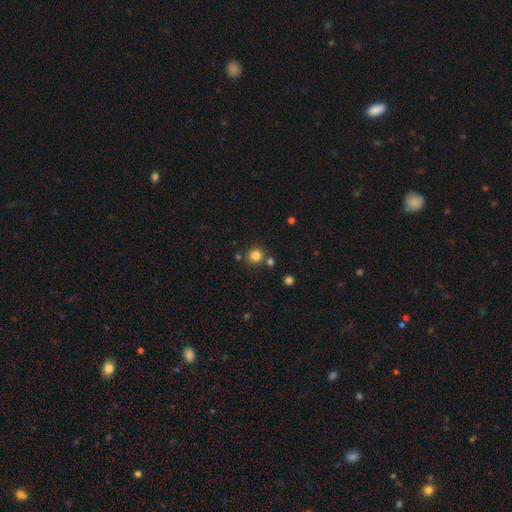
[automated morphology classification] Smooth or featured?
  - smooth: 82% *
  - star or artifact: 13%
  - featured or disk: 5%
How rounded?
  - round: 92% *
  - in between: 7%
  - cigar-shaped: 1%
Merging?
  - none: 79% *
  - merger: 11%
  - minor disturbance: 8%
  - major disturbance: 3%